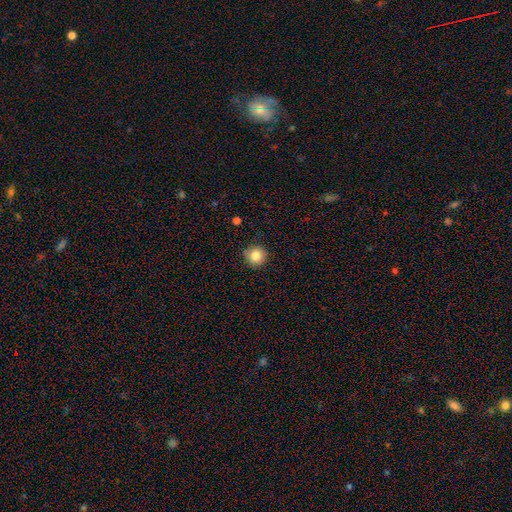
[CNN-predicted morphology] Overall: smooth (84%). How rounded: round (95%). Merging: none (91%).